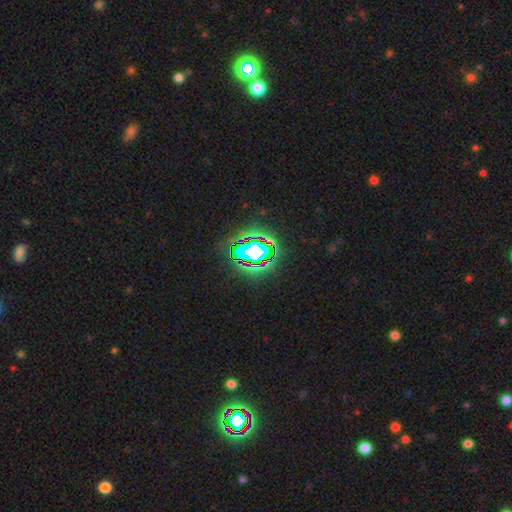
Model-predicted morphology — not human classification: smooth_or_featured: star or artifact (p=0.67) [alt: featured or disk p=0.17]